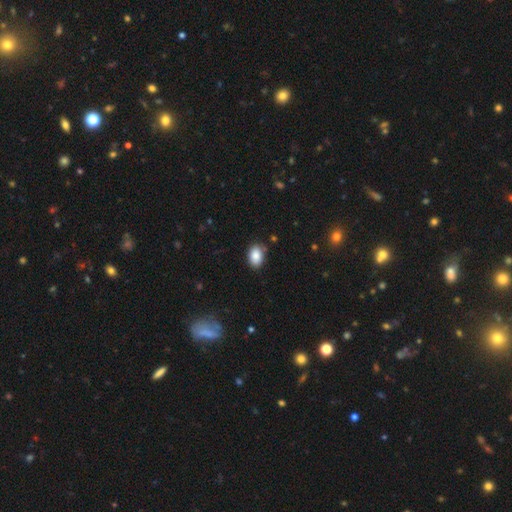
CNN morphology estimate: smooth 88%, star or artifact 8%, featured or disk 5%. Down the decision tree: how rounded — in between (88%); merging — none (80%).